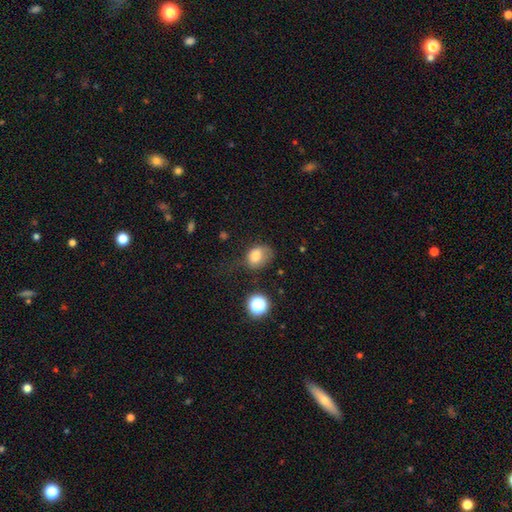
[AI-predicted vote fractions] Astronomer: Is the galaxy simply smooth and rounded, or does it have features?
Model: smooth — 77%.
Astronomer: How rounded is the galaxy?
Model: in between — 67%.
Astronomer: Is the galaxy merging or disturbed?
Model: none — 41% (runner-up: minor disturbance, 33%).